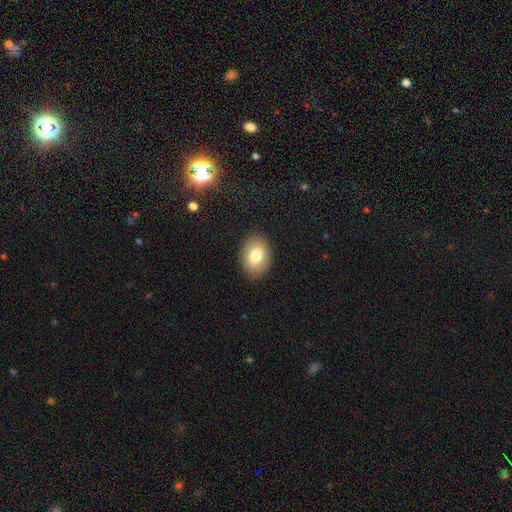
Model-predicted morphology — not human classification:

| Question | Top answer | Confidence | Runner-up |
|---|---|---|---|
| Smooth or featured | smooth | 78% | featured or disk (14%) |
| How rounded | in between | 76% | round (23%) |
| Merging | none | 88% | minor disturbance (8%) |